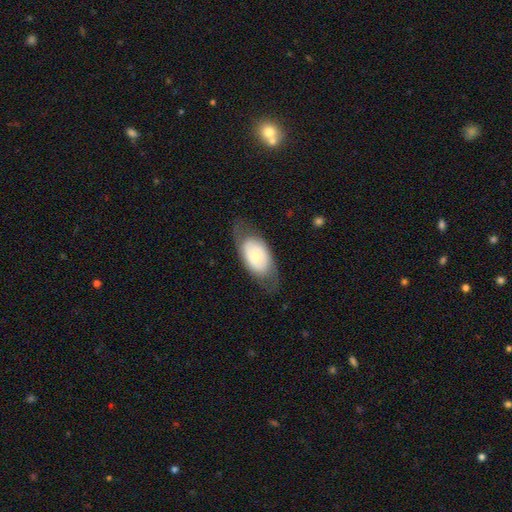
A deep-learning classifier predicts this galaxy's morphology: smooth 53%, featured or disk 40%, star or artifact 6%. Down the decision tree: how rounded — in between (91%); merging — none (65%).